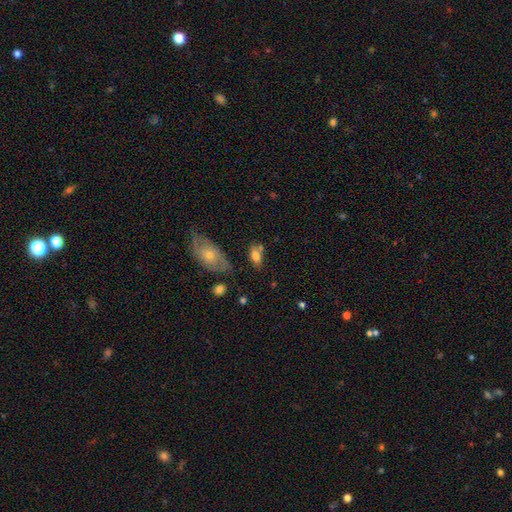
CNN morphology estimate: smooth 76%, featured or disk 15%, star or artifact 9%. Down the decision tree: how rounded — in between (86%); merging — none (58%).